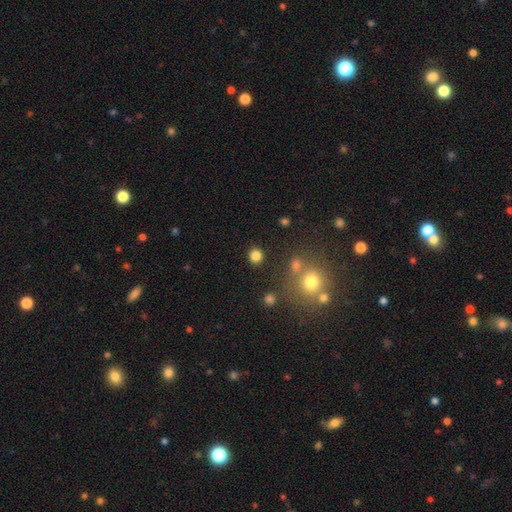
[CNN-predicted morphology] Q: Smooth or featured?
A: smooth (83%); runner-up: star or artifact (13%)
Q: How rounded?
A: round (87%); runner-up: in between (12%)
Q: Merging?
A: none (88%); runner-up: minor disturbance (6%)